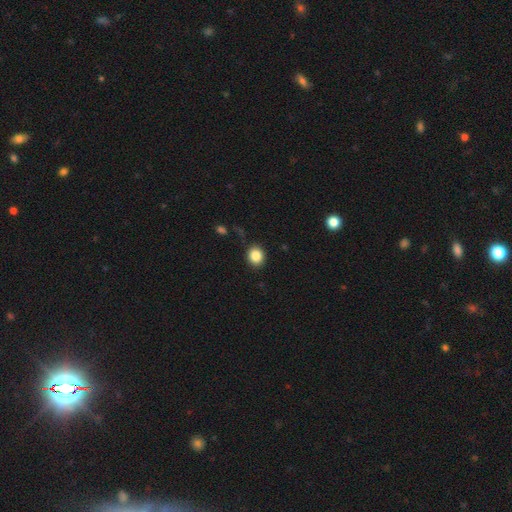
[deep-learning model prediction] Overall: smooth (86%). How rounded: round (74%). Merging: none (89%).